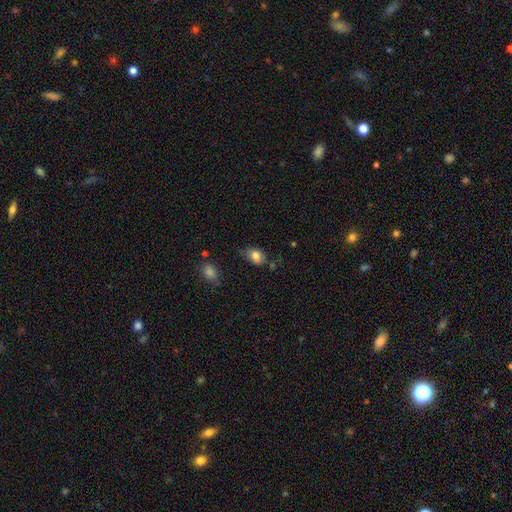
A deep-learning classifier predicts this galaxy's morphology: Overall: smooth (80%). How rounded: in between (76%). Merging: none (60%; minor disturbance 30%).